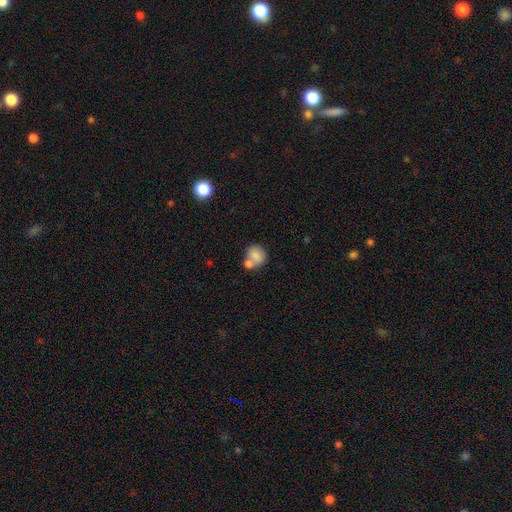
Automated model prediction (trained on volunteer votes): This is clearly a smooth galaxy (81%). How rounded: likely round (72%). Merging: marginally merger (42%).